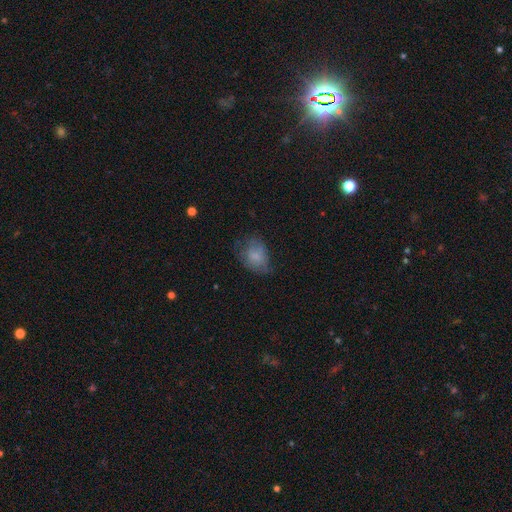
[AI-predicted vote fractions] Morphology: type=smooth (70%); roundness=in between (73%); merging=none (48%).